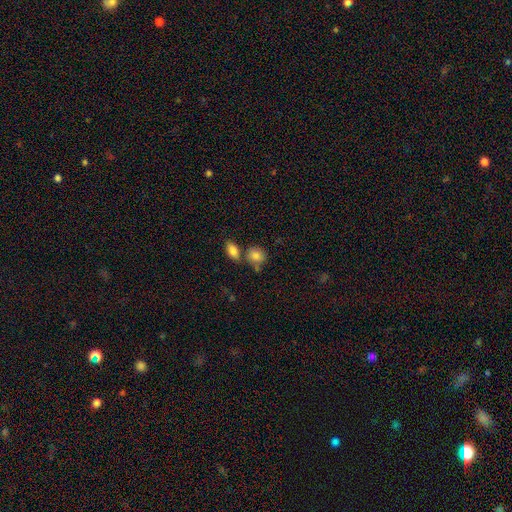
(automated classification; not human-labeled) This appears to be a smooth galaxy with no disk features (84%) that is round (60%). Merging: none (53%).